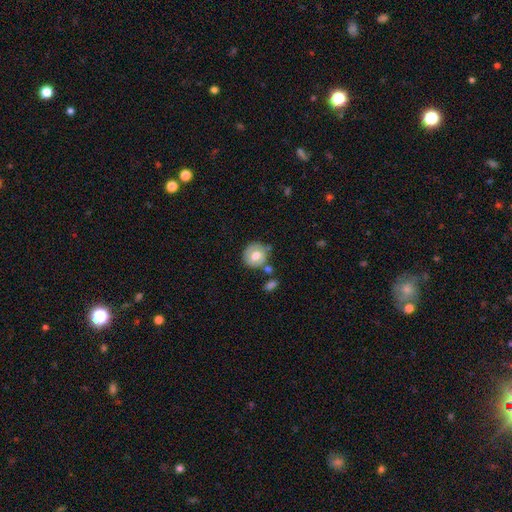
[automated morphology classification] type=smooth (62%); roundness=round (84%); merging=none (66%).